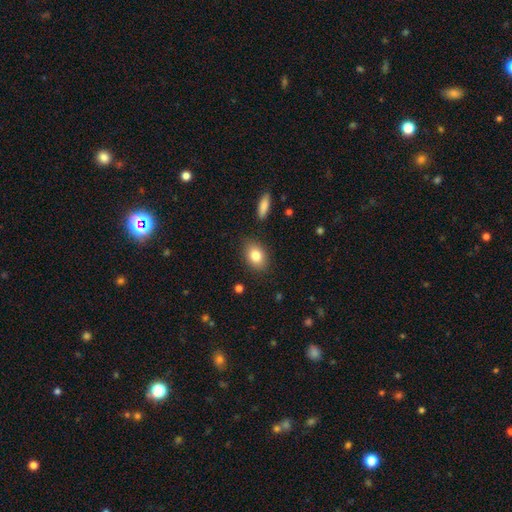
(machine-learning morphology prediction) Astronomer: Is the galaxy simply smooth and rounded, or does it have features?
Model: smooth — 82%.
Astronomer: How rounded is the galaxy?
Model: in between — 81%.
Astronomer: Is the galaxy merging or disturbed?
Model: none — 86%.